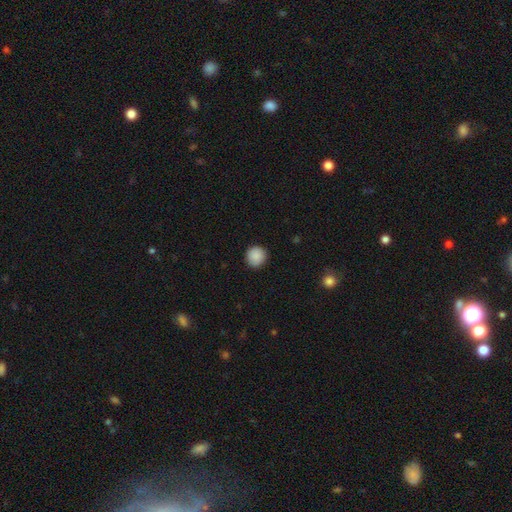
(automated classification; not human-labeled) Smooth or featured?
  - smooth: 89% *
  - star or artifact: 8%
  - featured or disk: 3%
How rounded?
  - round: 92% *
  - in between: 7%
  - cigar-shaped: 1%
Merging?
  - none: 90% *
  - minor disturbance: 7%
  - major disturbance: 2%
  - merger: 1%